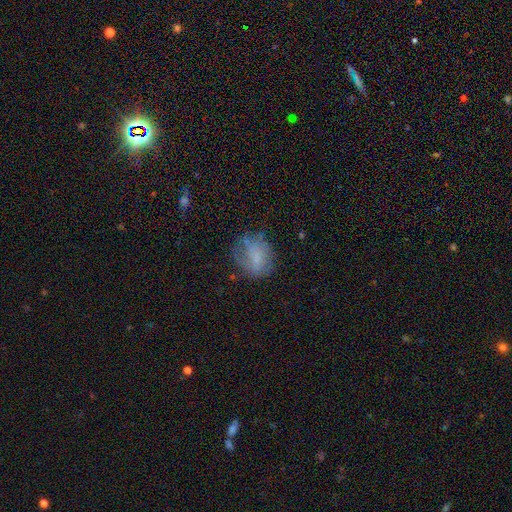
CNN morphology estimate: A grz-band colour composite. It shows a smooth galaxy with no disk features (56%) that is round (56%). Merging: none (55%).